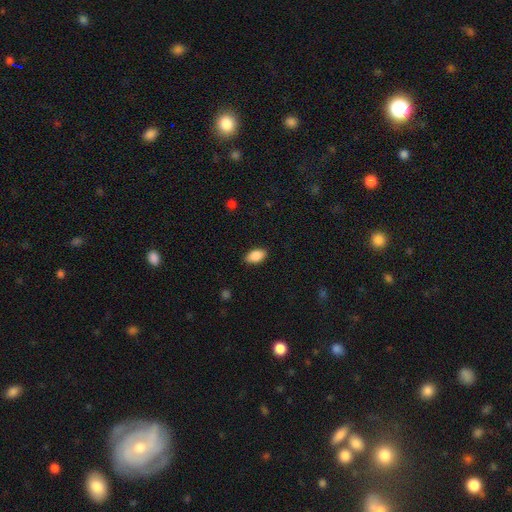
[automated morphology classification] type=smooth (88%); roundness=in between (92%); merging=none (87%).